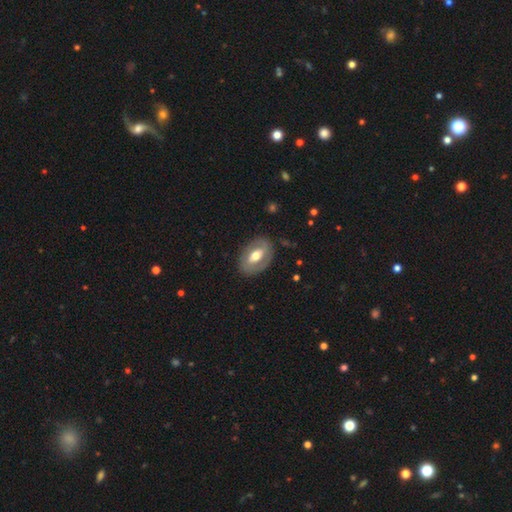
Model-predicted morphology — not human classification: Q: Smooth or featured?
A: featured or disk (55%); runner-up: smooth (39%)
Q: Edge-on disk?
A: no (90%); runner-up: yes (10%)
Q: Bar?
A: no (42%); runner-up: weak (31%)
Q: Spiral arms?
A: no (74%); runner-up: yes (26%)
Q: Bulge size?
A: moderate (71%); runner-up: large (17%)
Q: Merging?
A: none (82%); runner-up: minor disturbance (12%)